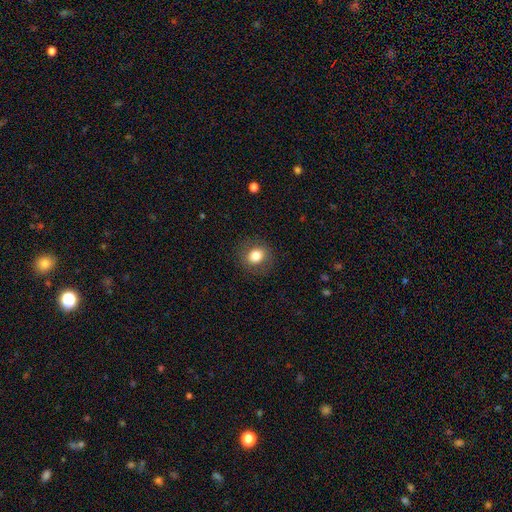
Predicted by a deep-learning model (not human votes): The model was most divided on "how rounded": round: 64%, in between: 35%, cigar-shaped: 1%. More confident: merging — none (84%); smooth or featured — smooth (81%).